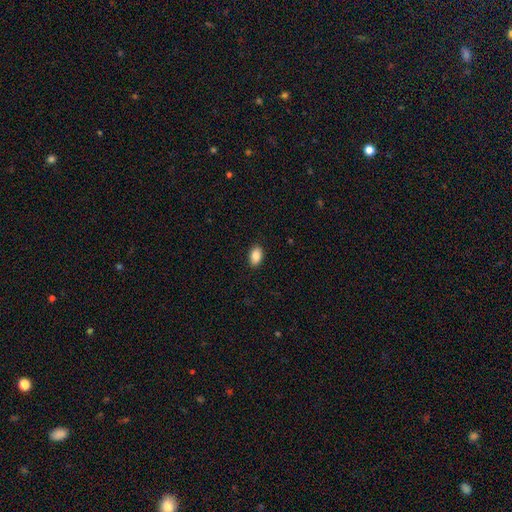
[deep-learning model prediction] A smooth galaxy with no disk features (88%) that is in between round and cigar-shaped (91%). Merging: none (89%).